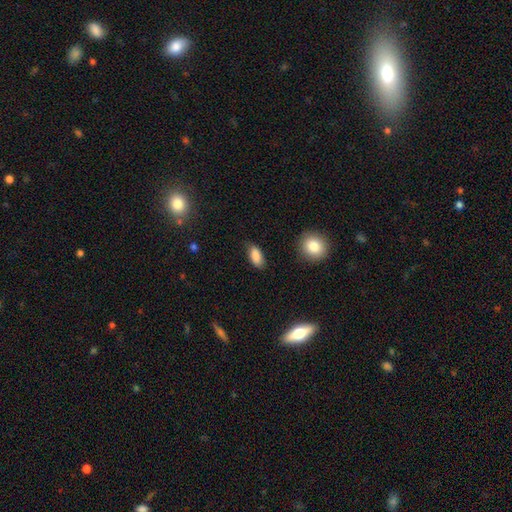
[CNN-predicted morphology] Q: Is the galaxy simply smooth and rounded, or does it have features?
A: smooth — 87%.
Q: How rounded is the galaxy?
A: in between — 89%.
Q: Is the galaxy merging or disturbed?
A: none — 79%.